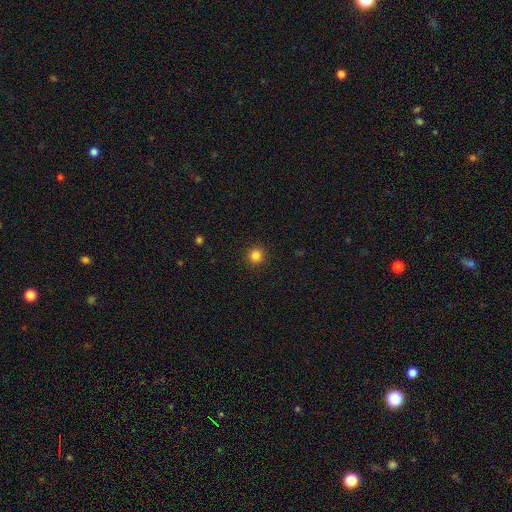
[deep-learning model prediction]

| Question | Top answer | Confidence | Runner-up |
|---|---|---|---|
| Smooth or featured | smooth | 84% | star or artifact (12%) |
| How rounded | round | 95% | in between (4%) |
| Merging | none | 93% | minor disturbance (5%) |